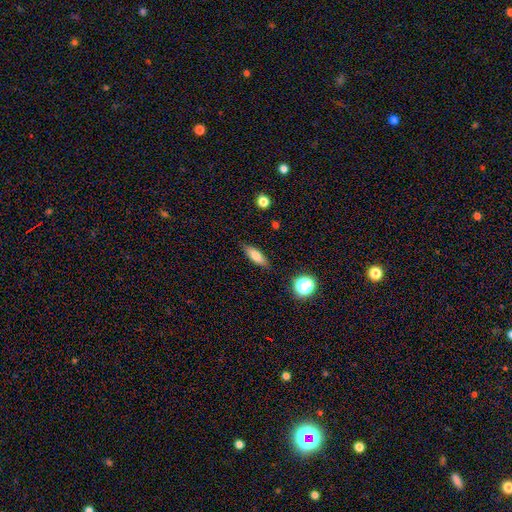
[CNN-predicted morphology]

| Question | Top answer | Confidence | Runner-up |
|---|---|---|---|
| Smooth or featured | smooth | 76% | featured or disk (16%) |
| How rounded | in between | 50% | cigar-shaped (46%) |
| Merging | none | 86% | minor disturbance (10%) |